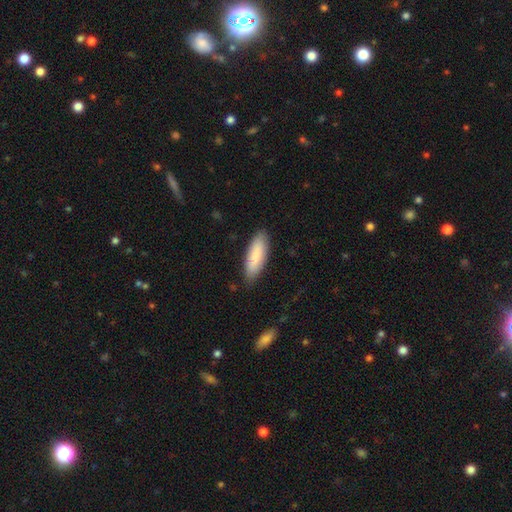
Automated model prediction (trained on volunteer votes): Smooth or featured: smooth — 85% (featured or disk — 10%)
How rounded: in between — 60% (cigar-shaped — 38%)
Merging: none — 82% (minor disturbance — 14%)